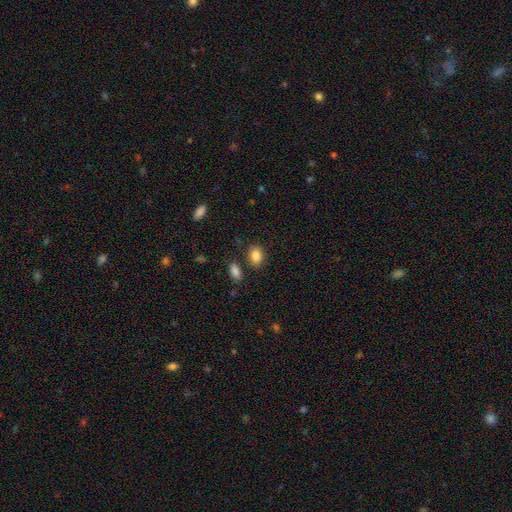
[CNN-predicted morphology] Overall: smooth (86%). How rounded: in between (75%). Merging: none (80%).